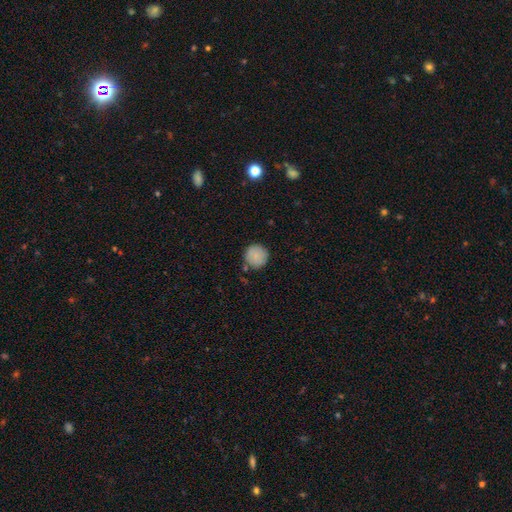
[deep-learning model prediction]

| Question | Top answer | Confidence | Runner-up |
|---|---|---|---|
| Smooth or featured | smooth | 86% | star or artifact (7%) |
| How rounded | round | 94% | in between (5%) |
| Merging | none | 81% | minor disturbance (12%) |